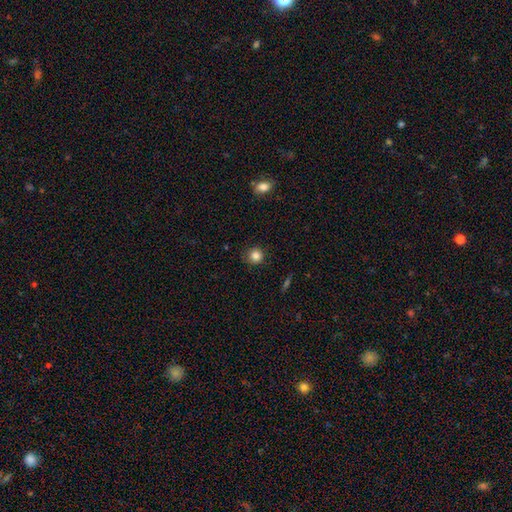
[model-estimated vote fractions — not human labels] Overall: smooth (85%). How rounded: round (94%). Merging: none (88%).